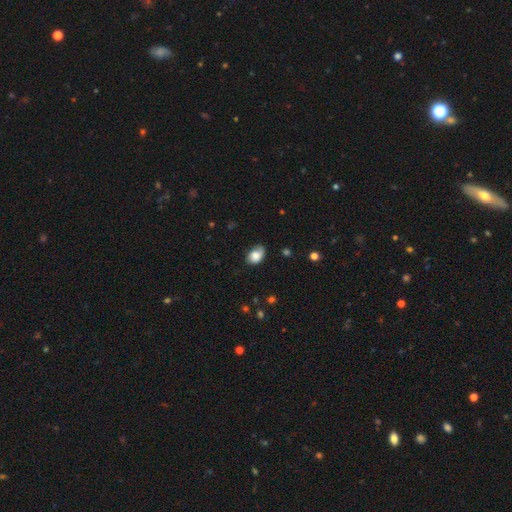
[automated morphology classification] A smooth galaxy with no disk features (80%) that is in between round and cigar-shaped (82%).

Vote fractions:
- Smooth or featured? smooth: 80% / featured or disk: 12% / star or artifact: 8%
- How rounded? in between: 82% / round: 17% / cigar-shaped: 1%
- Merging? none: 64% / minor disturbance: 29% / major disturbance: 6% / merger: 2%